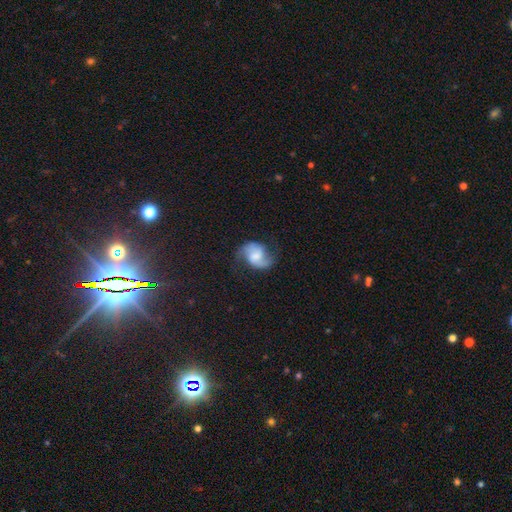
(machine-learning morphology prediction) This is likely a featured or disk galaxy (77%). It is clearly not viewed edge-on (98%). Bar: possibly weak (45%). Spiral arm pattern: clearly yes (95%). Spiral arm count: clearly 2 (90%). Spiral winding: possibly loose (45%). Central bulge: marginally moderate (33%). Merging: likely none (70%).